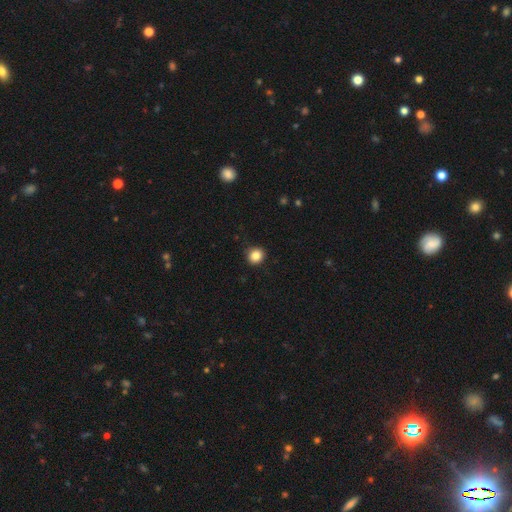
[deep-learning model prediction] smooth-or-featured: smooth: 85% | star or artifact: 10% | featured or disk: 5%
  how-rounded: round: 89% | in between: 10% | cigar-shaped: 1%
  merging: none: 90% | minor disturbance: 8% | major disturbance: 2% | merger: 1%